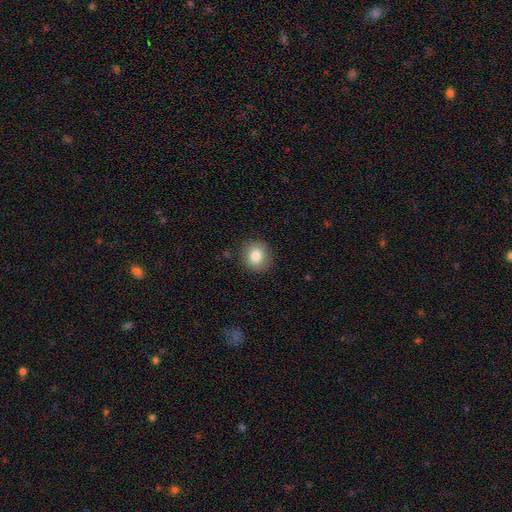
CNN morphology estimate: smooth 82%, star or artifact 10%, featured or disk 8%. Down the decision tree: how rounded — round (83%); merging — none (88%).